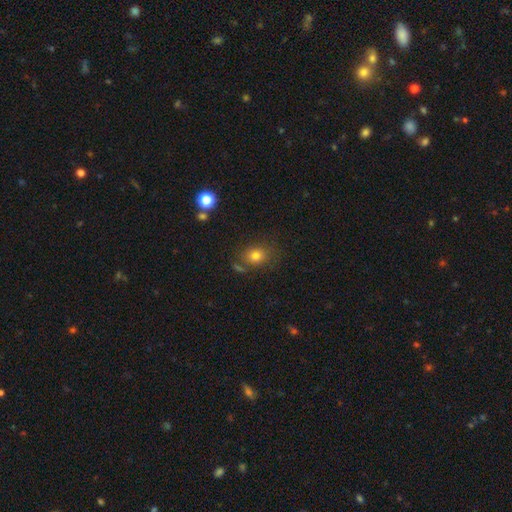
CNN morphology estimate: Overall: smooth (77%). How rounded: round (54%; in between 45%). Merging: none (72%).